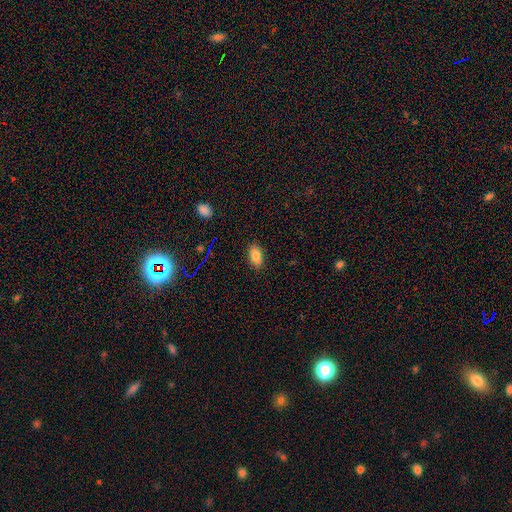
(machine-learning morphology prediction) Smooth or featured? Predicted: smooth (p=0.82). How rounded? Predicted: in between (p=0.91). Merging? Predicted: none (p=0.87).